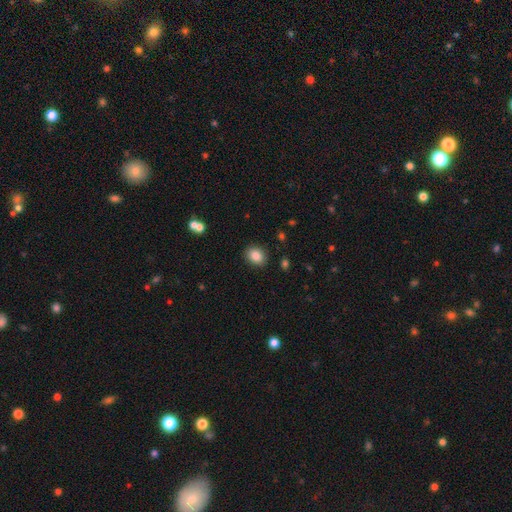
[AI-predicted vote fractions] Smooth or featured? smooth (86%)
How rounded? in between (51%)
Merging? none (87%)